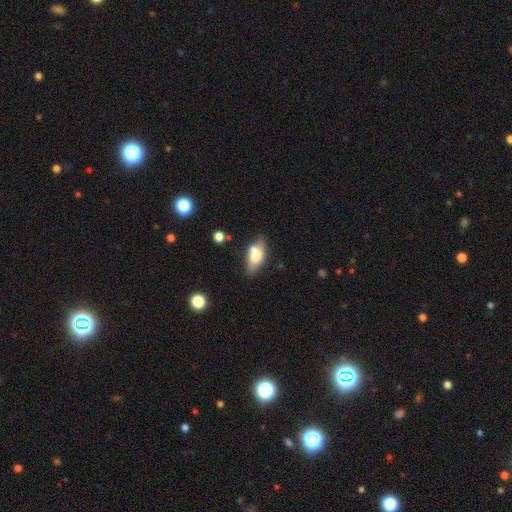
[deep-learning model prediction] Overall: smooth (67%). How rounded: in between (84%). Merging: none (54%; minor disturbance 23%).